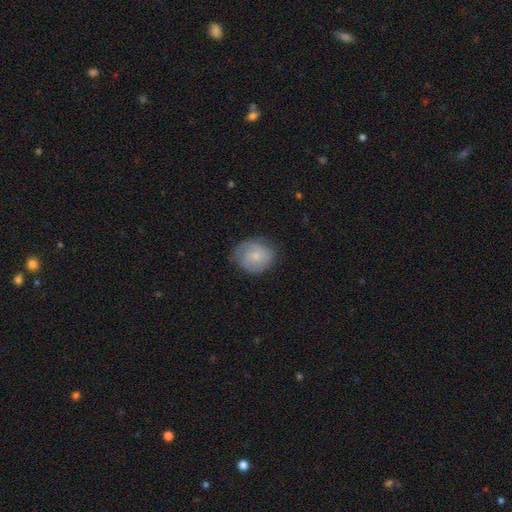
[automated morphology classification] Q: Smooth or featured?
A: smooth (59%); runner-up: featured or disk (34%)
Q: How rounded?
A: round (58%); runner-up: in between (41%)
Q: Merging?
A: none (66%); runner-up: minor disturbance (26%)